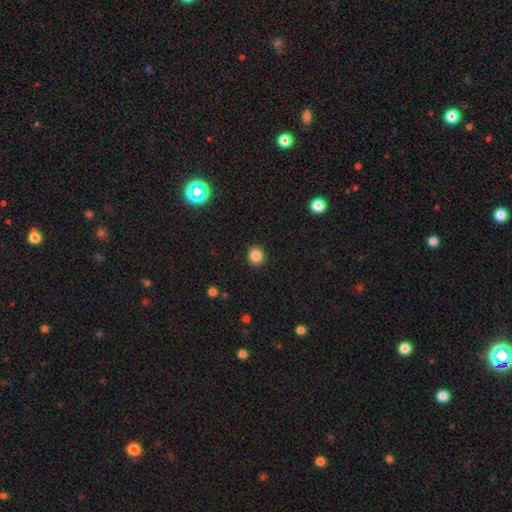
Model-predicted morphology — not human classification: A smooth galaxy with no disk features (85%) that is round (85%). Merging: none (91%).